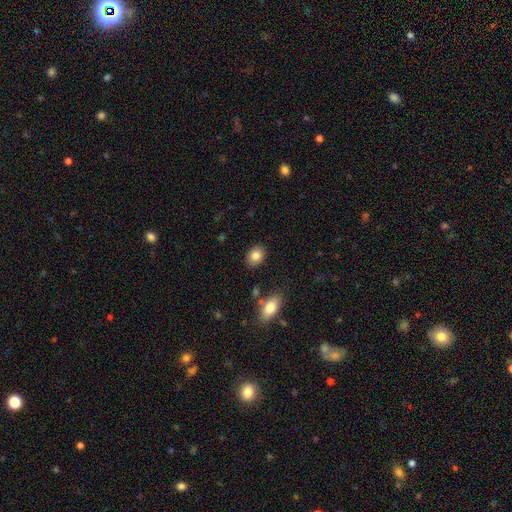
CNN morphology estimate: This appears to be a smooth galaxy with no disk features (84%) that is in between round and cigar-shaped (65%). Merging: none (86%).